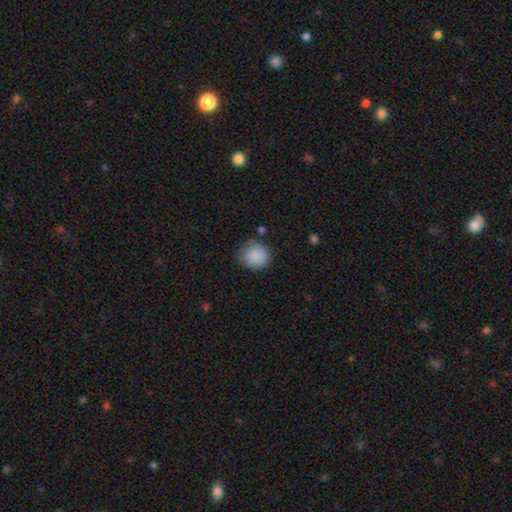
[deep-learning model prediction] Smooth or featured?
  - smooth: 87% *
  - star or artifact: 7%
  - featured or disk: 5%
How rounded?
  - round: 80% *
  - in between: 19%
  - cigar-shaped: 1%
Merging?
  - none: 73% *
  - minor disturbance: 19%
  - major disturbance: 5%
  - merger: 3%